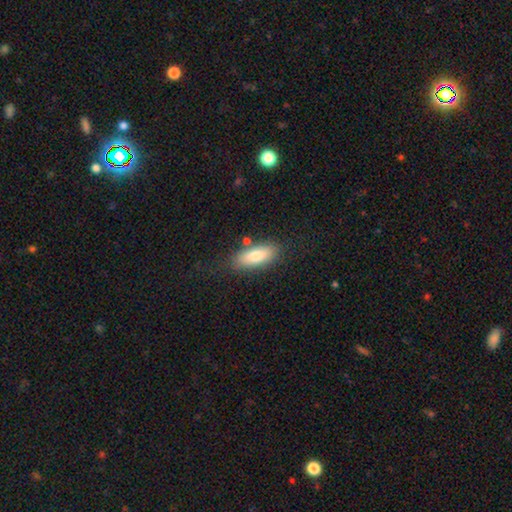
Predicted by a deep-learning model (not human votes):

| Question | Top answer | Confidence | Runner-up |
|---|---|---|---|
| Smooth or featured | smooth | 78% | featured or disk (15%) |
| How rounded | in between | 73% | cigar-shaped (25%) |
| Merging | none | 78% | minor disturbance (14%) |